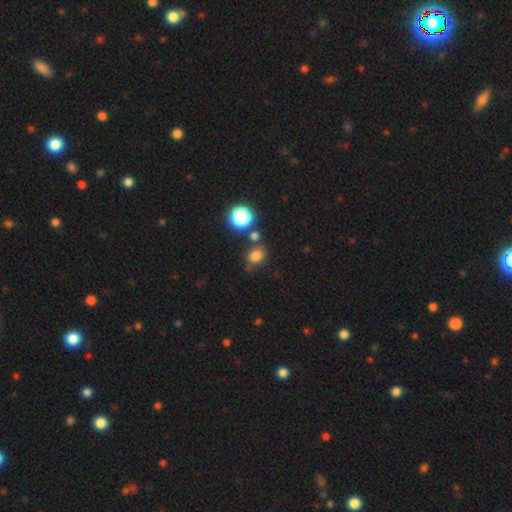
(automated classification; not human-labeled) smooth_or_featured: smooth (p=0.76) [alt: star or artifact p=0.18]
how_rounded: round (p=0.59) [alt: in between p=0.39]
merging: none (p=0.64) [alt: minor disturbance p=0.16]